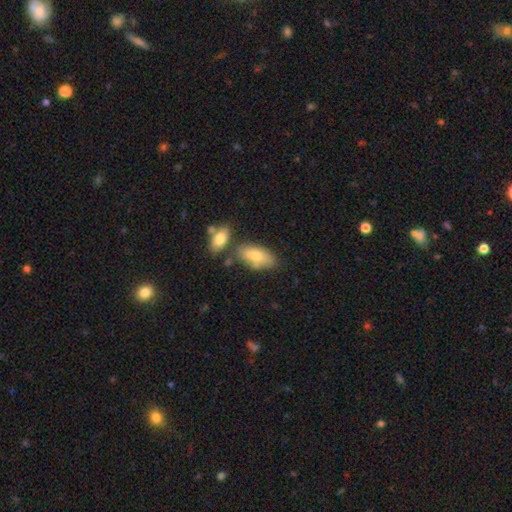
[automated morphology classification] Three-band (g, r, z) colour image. It shows a smooth galaxy with no disk features (76%) that is in between round and cigar-shaped (91%). Merging: none (60%).